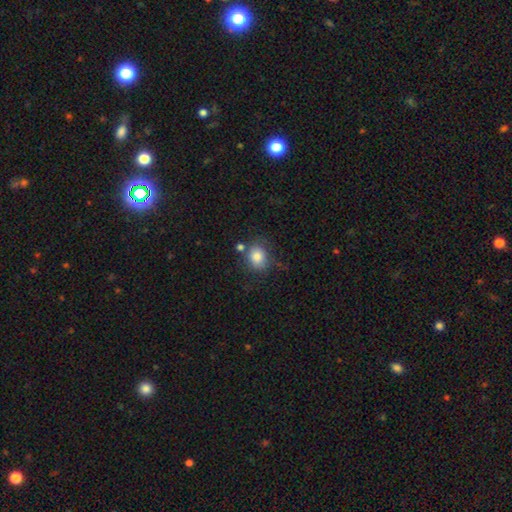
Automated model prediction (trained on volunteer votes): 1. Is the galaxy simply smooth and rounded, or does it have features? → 81% smooth, 10% star or artifact, 9% featured or disk.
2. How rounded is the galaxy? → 62% round, 37% in between, 1% cigar-shaped.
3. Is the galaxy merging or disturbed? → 65% none, 18% minor disturbance, 10% merger, 7% major disturbance.